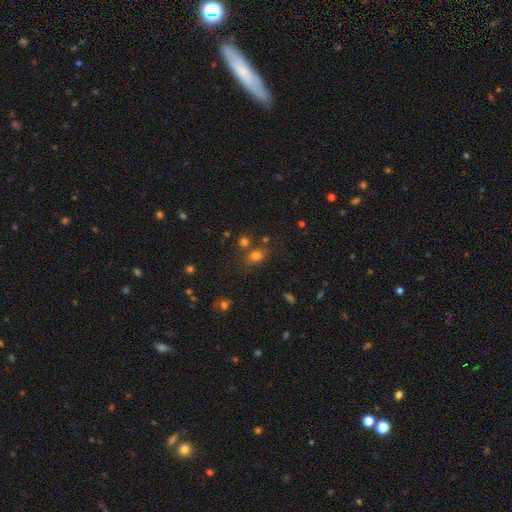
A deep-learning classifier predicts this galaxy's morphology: This is likely a smooth galaxy (72%). How rounded: possibly round (50%). Merging: likely none (64%).